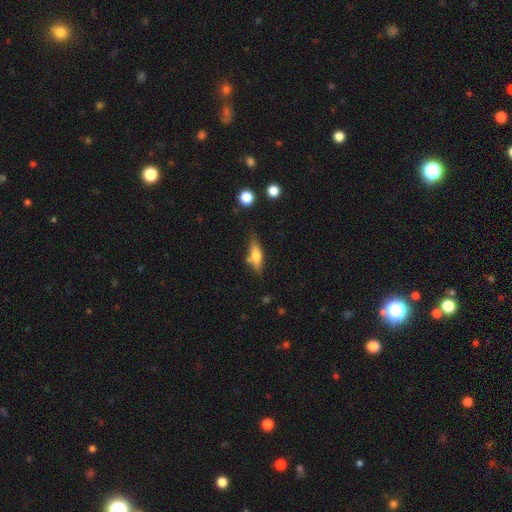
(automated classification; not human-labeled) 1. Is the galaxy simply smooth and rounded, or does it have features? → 61% smooth, 31% featured or disk, 7% star or artifact.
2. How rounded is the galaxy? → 50% cigar-shaped, 46% in between, 3% round.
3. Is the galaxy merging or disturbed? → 68% none, 19% minor disturbance, 9% merger, 5% major disturbance.